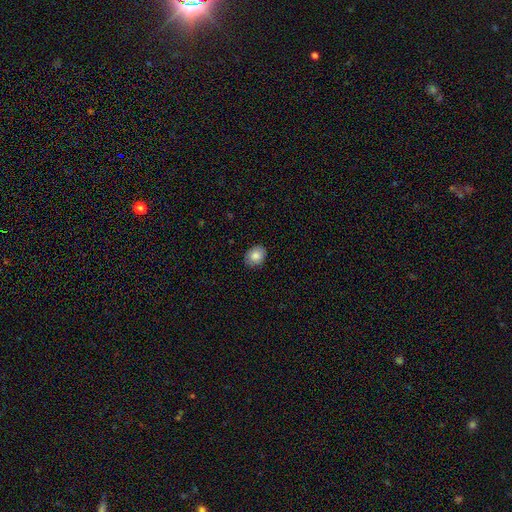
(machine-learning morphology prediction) Smooth or featured: smooth — 85% (star or artifact — 8%)
How rounded: round — 54% (in between — 45%)
Merging: none — 87% (minor disturbance — 10%)